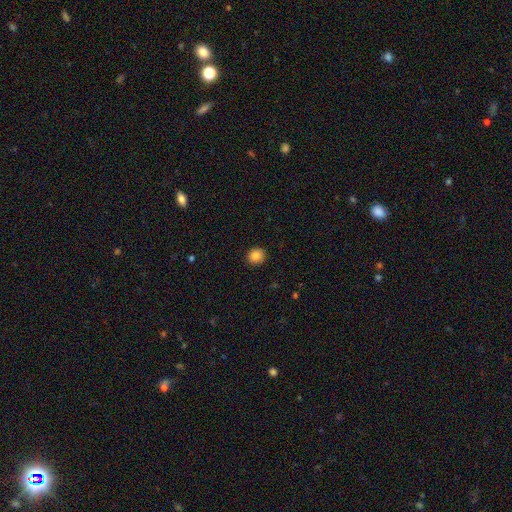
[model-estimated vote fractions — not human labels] A smooth galaxy with no disk features (85%) that is round (86%).

Vote fractions:
- Smooth or featured? smooth: 85% / star or artifact: 10% / featured or disk: 5%
- How rounded? round: 86% / in between: 13% / cigar-shaped: 1%
- Merging? none: 92% / minor disturbance: 6% / major disturbance: 2% / merger: 1%